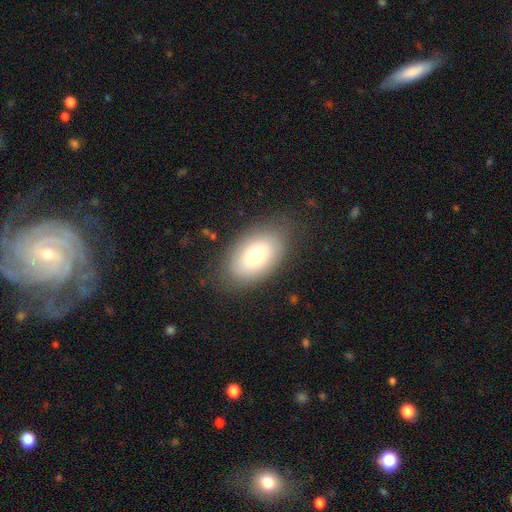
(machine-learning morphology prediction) type=smooth (71%); roundness=in between (89%); merging=none (76%).